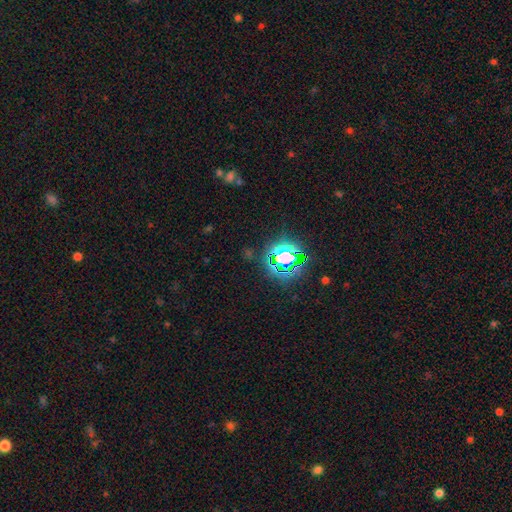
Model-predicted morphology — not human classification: smooth-or-featured: star or artifact: 78% | smooth: 14% | featured or disk: 8%